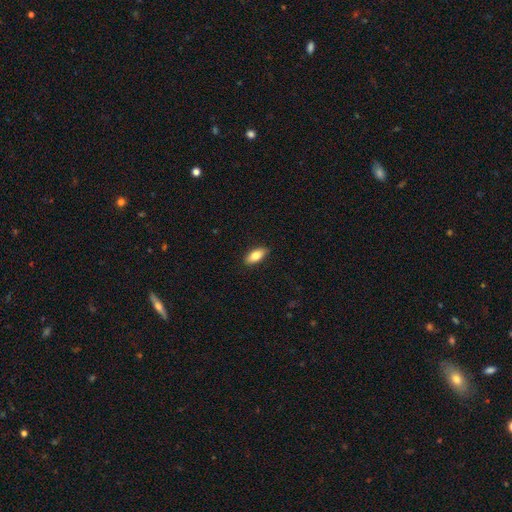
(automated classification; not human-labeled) Smooth or featured?
  - smooth: 80% *
  - featured or disk: 13%
  - star or artifact: 6%
How rounded?
  - in between: 85% *
  - cigar-shaped: 12%
  - round: 3%
Merging?
  - none: 89% *
  - minor disturbance: 9%
  - major disturbance: 2%
  - merger: 1%